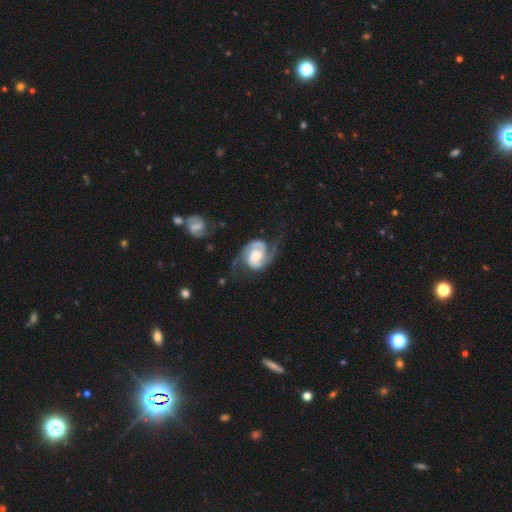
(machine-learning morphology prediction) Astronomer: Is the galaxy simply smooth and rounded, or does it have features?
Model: featured or disk — 89%.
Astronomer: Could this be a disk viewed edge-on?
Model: no — 98%.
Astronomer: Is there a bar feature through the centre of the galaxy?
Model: no — 55% (runner-up: weak, 35%).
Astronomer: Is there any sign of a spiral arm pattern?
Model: yes — 98%.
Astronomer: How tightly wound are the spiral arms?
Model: medium — 50% (runner-up: tight, 33%).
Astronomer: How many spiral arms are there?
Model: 2 — 92%.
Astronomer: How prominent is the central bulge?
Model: moderate — 44% (runner-up: large, 25%).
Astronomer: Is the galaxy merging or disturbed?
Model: none — 62%.